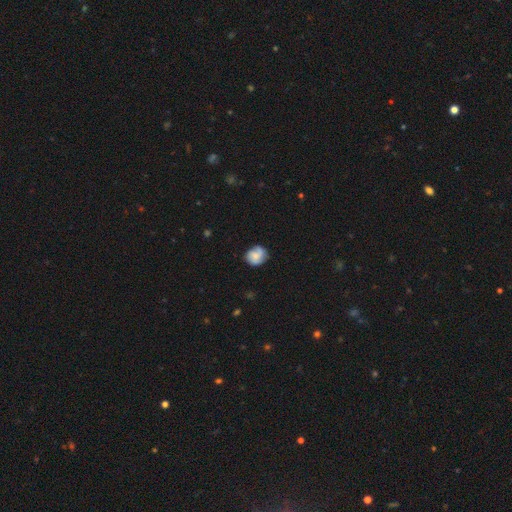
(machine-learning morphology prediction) Smooth or featured: smooth — 56% (featured or disk — 36%)
How rounded: round — 72% (in between — 27%)
Merging: none — 68% (minor disturbance — 24%)